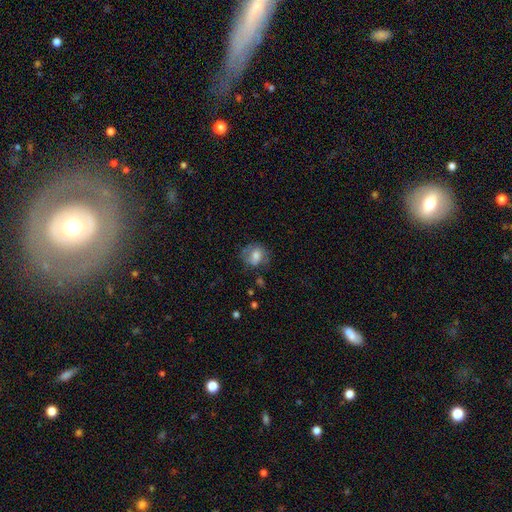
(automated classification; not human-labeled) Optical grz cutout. It shows a smooth galaxy with no disk features (64%) that is round (65%). Merging: none (60%).